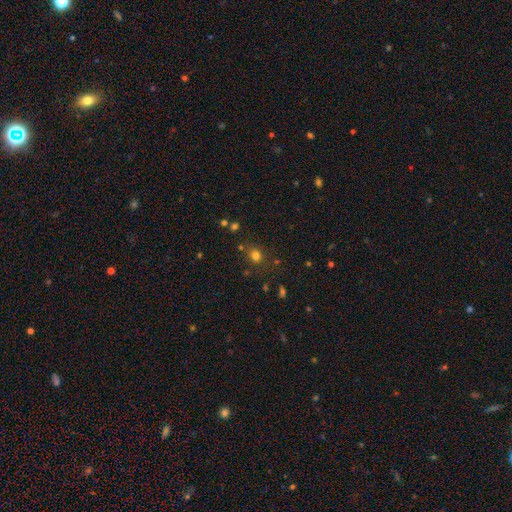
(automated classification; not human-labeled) Smooth or featured? smooth (72%)
How rounded? round (71%)
Merging? none (77%)